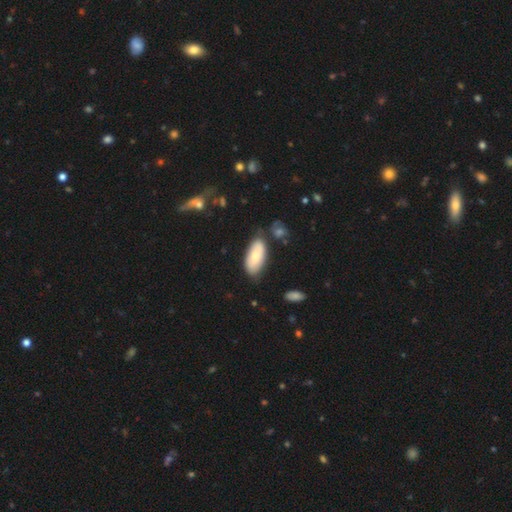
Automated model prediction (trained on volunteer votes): The model was most divided on "merging": none: 68%, minor disturbance: 21%, merger: 7%, major disturbance: 5%. More confident: how rounded — in between (91%); smooth or featured — smooth (72%).